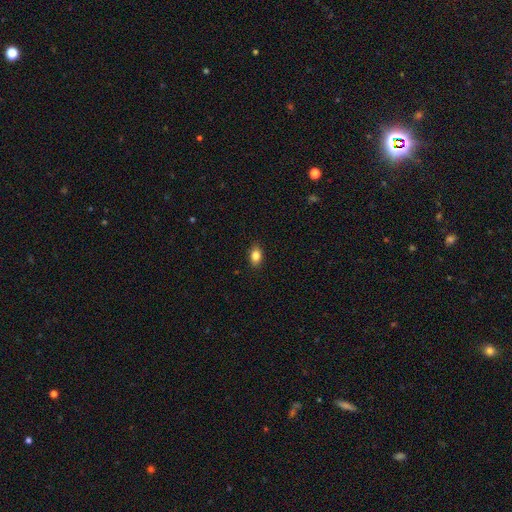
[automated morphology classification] type=smooth (85%); roundness=in between (83%); merging=none (88%).